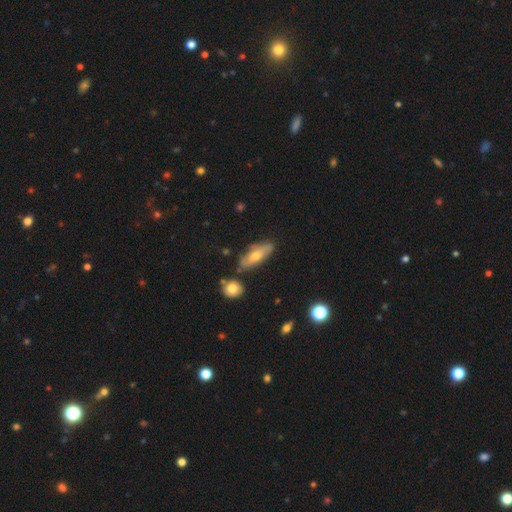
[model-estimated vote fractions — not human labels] A smooth galaxy with no disk features (54%) that is in between round and cigar-shaped (67%).

Vote fractions:
- Smooth or featured? smooth: 54% / featured or disk: 39% / star or artifact: 7%
- How rounded? in between: 67% / cigar-shaped: 30% / round: 4%
- Merging? none: 71% / minor disturbance: 18% / merger: 6% / major disturbance: 4%